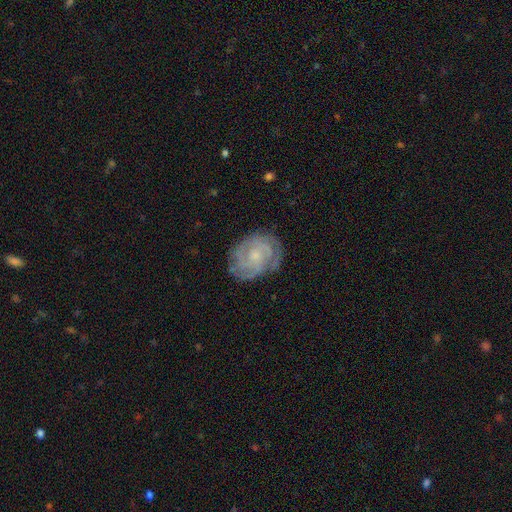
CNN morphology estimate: Smooth or featured? Predicted: featured or disk (p=0.81). Edge-on disk? Predicted: no (p=0.98). Bar? Predicted: no (p=0.71). Spiral arms? Predicted: yes (p=0.95). Spiral winding? Predicted: tight (p=0.69). Spiral arm count? Predicted: can't tell (p=0.30). Bulge size? Predicted: small (p=0.59). Merging? Predicted: none (p=0.76).